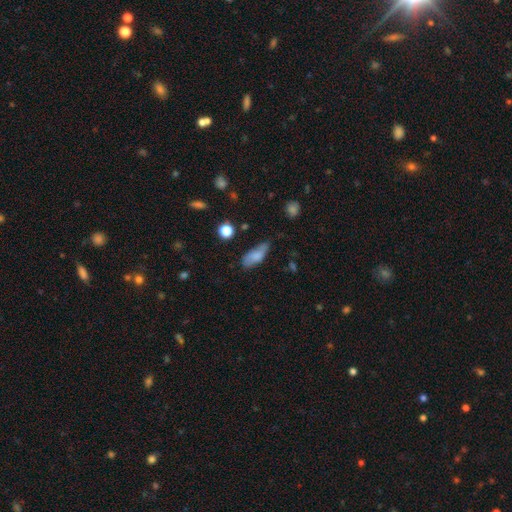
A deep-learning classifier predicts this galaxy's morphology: A smooth galaxy with no disk features (77%) that is in between round and cigar-shaped (76%).

Vote fractions:
- Smooth or featured? smooth: 77% / featured or disk: 15% / star or artifact: 8%
- How rounded? in between: 76% / cigar-shaped: 21% / round: 3%
- Merging? none: 56% / minor disturbance: 32% / major disturbance: 9% / merger: 3%